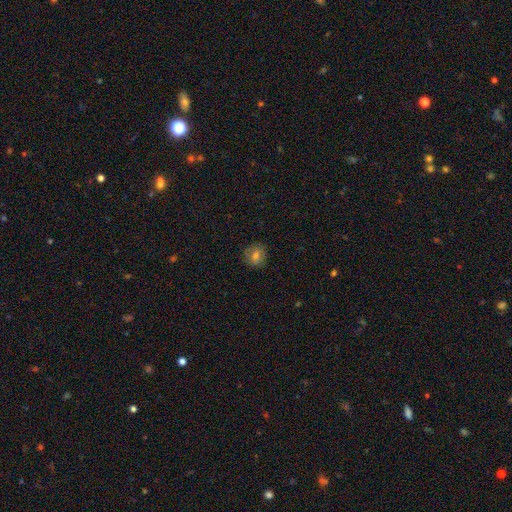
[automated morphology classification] The model was most divided on "smooth or featured": smooth: 73%, featured or disk: 14%, star or artifact: 13%. More confident: how rounded — round (86%); merging — none (85%).